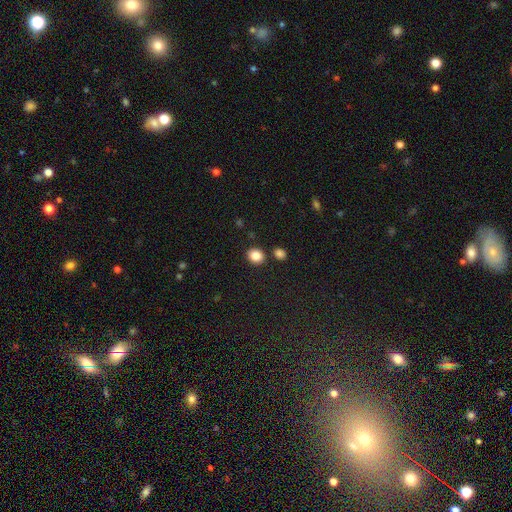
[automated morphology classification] Q: Smooth or featured?
A: smooth (86%); runner-up: star or artifact (10%)
Q: How rounded?
A: round (62%); runner-up: in between (37%)
Q: Merging?
A: none (83%); runner-up: minor disturbance (8%)